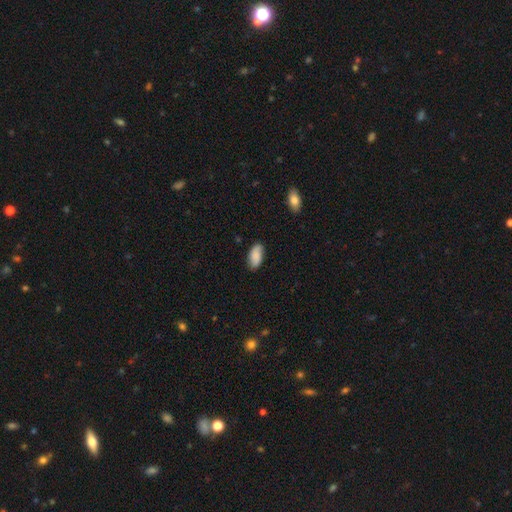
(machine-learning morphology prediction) A smooth galaxy with no disk features (83%) that is in between round and cigar-shaped (92%).

Vote fractions:
- Smooth or featured? smooth: 83% / featured or disk: 10% / star or artifact: 7%
- How rounded? in between: 92% / cigar-shaped: 5% / round: 3%
- Merging? none: 82% / minor disturbance: 14% / major disturbance: 3% / merger: 1%